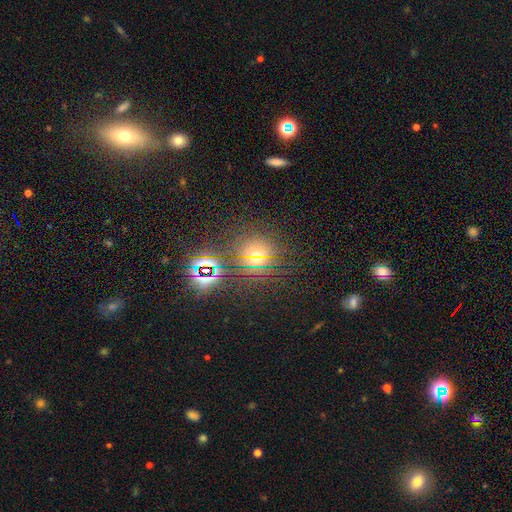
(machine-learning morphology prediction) Overall: star or artifact (53%; smooth 36%).